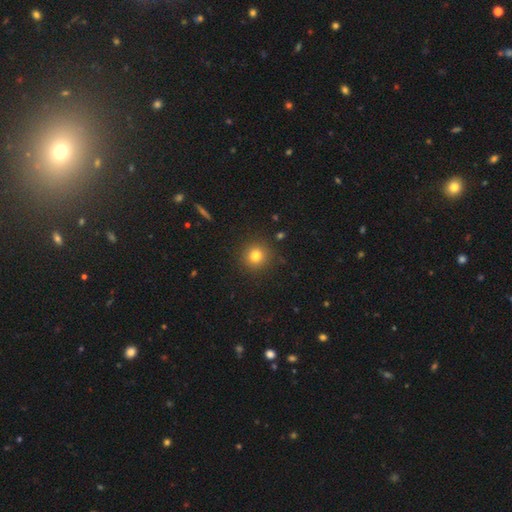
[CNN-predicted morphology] smooth-or-featured: smooth: 80% | star or artifact: 13% | featured or disk: 7%
  how-rounded: round: 93% | in between: 6% | cigar-shaped: 1%
  merging: none: 90% | minor disturbance: 7% | major disturbance: 2% | merger: 1%